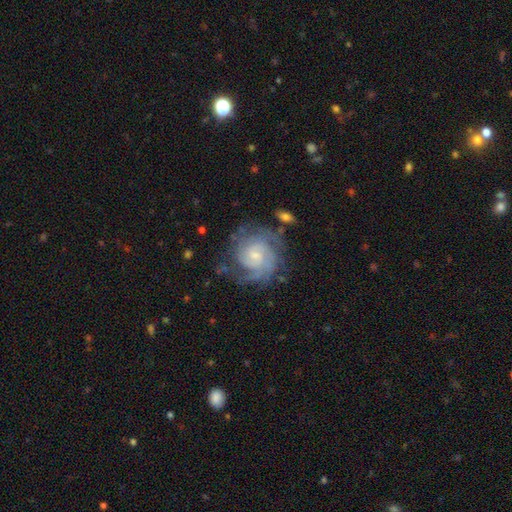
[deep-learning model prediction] A featured or disk galaxy (85%) with no bar (60%), can't tell (27%, tied with 2) tight (64%) spiral arms (97%) and a small central bulge (61%).

Vote fractions:
- Smooth or featured? featured or disk: 85% / smooth: 9% / star or artifact: 6%
- Edge-on disk? no: 98% / yes: 2%
- Bar? no: 60% / weak: 35% / strong: 5%
- Spiral arms? yes: 97% / no: 3%
- Spiral winding? tight: 64% / medium: 29% / loose: 6%
- Spiral arm count? can't tell: 27% (tied) / 2: 27% (tied) / 3: 25% / 4: 11% / 1: 6% / more than 4: 5%
- Bulge size? small: 61% / moderate: 30% / none: 6% / large: 3% / dominant: 1%
- Merging? none: 69% / minor disturbance: 18% / major disturbance: 11% / merger: 2%